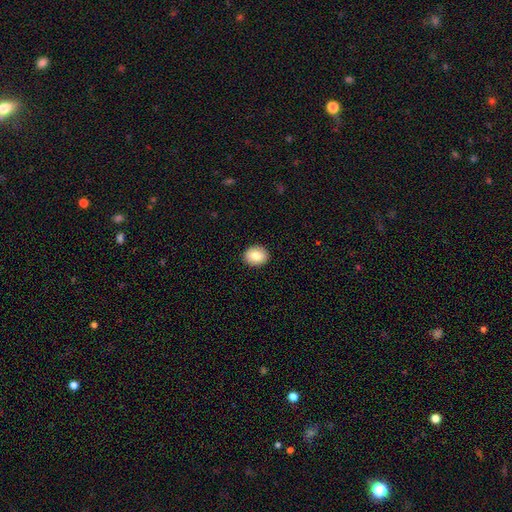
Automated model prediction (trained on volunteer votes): The model was most divided on "how rounded": round: 63%, in between: 36%, cigar-shaped: 1%. More confident: merging — none (92%); smooth or featured — smooth (82%).